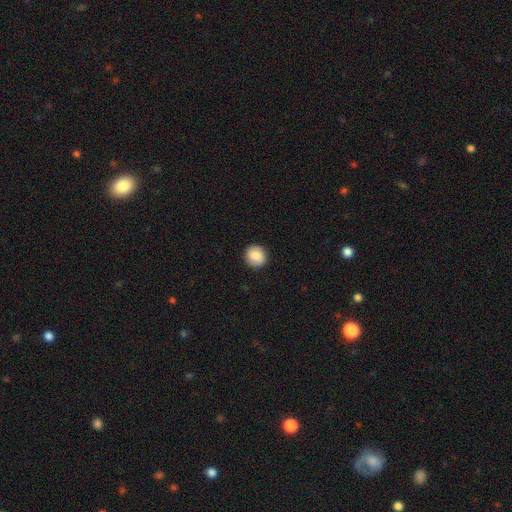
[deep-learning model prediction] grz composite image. It shows a smooth galaxy with no disk features (84%) that is round (90%). Merging: none (90%).